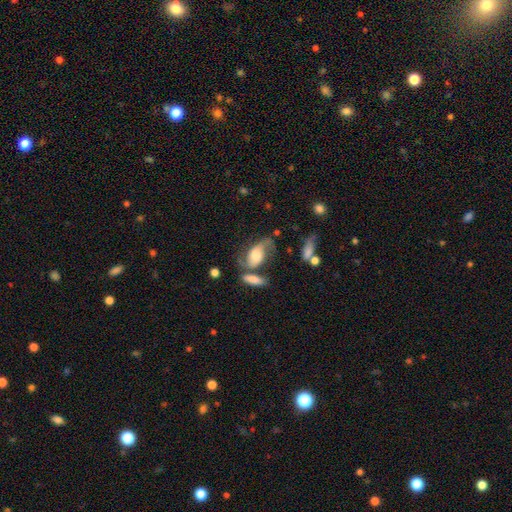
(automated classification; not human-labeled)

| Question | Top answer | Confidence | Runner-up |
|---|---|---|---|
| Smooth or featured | featured or disk | 58% | smooth (34%) |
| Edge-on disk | no | 90% | yes (10%) |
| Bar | no | 63% | weak (29%) |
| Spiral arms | yes | 86% | no (14%) |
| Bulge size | moderate | 48% | large (30%) |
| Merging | none | 39% | minor disturbance (22%) |